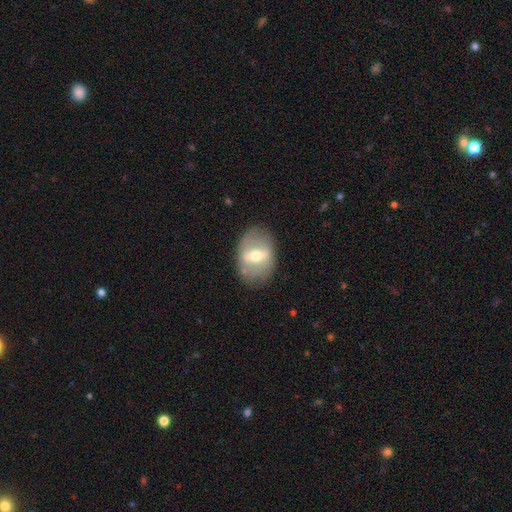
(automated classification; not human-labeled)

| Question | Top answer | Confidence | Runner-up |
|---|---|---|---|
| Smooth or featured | featured or disk | 59% | smooth (33%) |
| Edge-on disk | no | 88% | yes (12%) |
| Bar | strong | 51% | weak (35%) |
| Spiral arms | no | 80% | yes (20%) |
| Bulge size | moderate | 70% | small (19%) |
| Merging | none | 78% | minor disturbance (14%) |